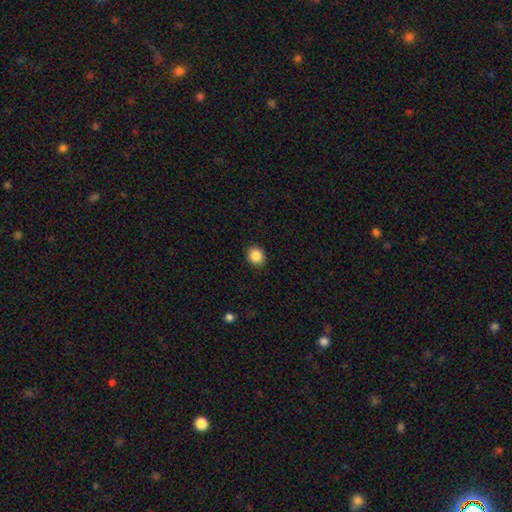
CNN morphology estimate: smooth_or_featured: smooth (p=0.87) [alt: star or artifact p=0.10]
how_rounded: round (p=0.86) [alt: in between p=0.13]
merging: none (p=0.90) [alt: minor disturbance p=0.07]